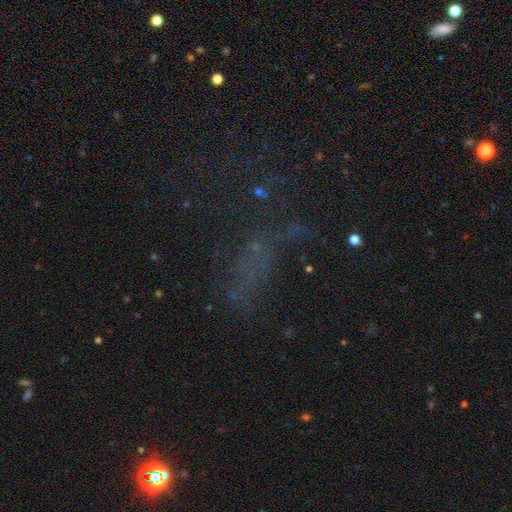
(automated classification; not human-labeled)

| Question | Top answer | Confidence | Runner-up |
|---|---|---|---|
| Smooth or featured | star or artifact | 46% | smooth (30%) |